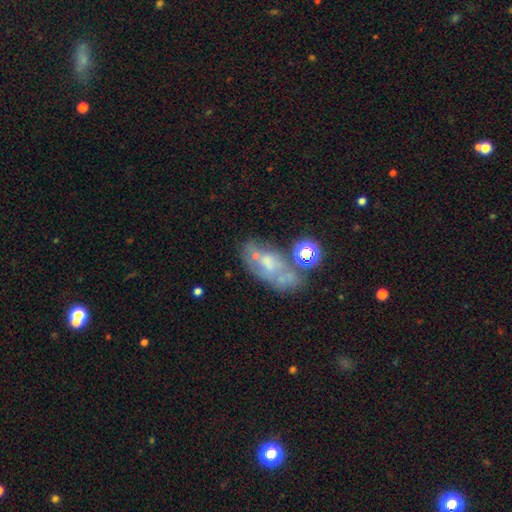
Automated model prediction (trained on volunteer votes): Smooth or featured: featured or disk — 50% (smooth — 34%)
Merging: none — 40% (minor disturbance — 21%)